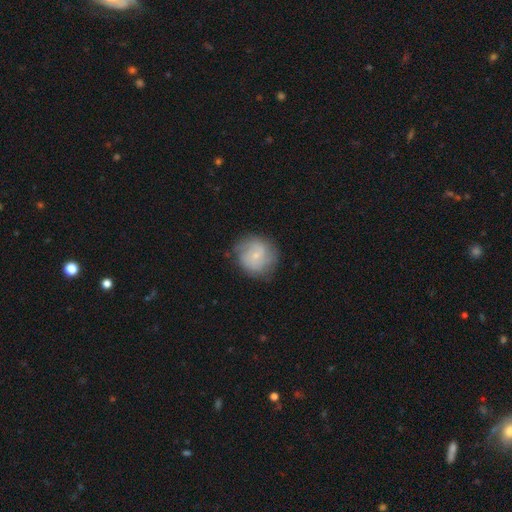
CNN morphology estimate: smooth_or_featured: featured or disk (p=0.47) [alt: smooth p=0.45]
merging: none (p=0.76) [alt: minor disturbance p=0.17]